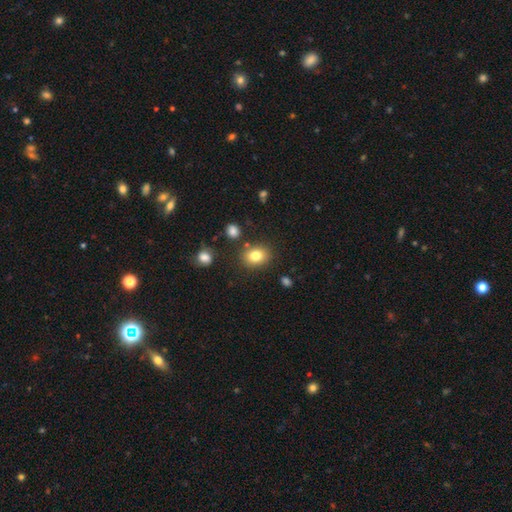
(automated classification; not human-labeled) Smooth or featured? smooth (81%)
How rounded? round (51%)
Merging? none (82%)